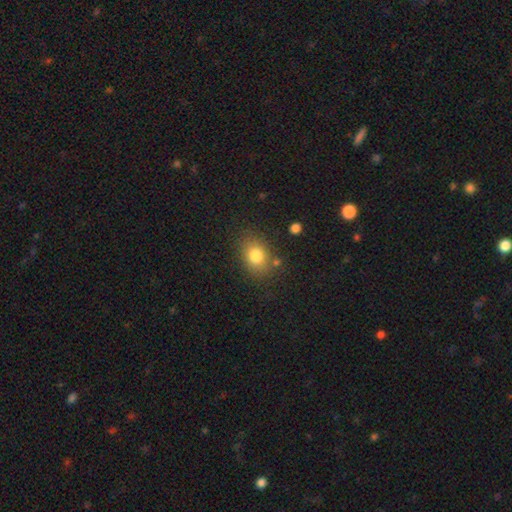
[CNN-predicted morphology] Smooth or featured? Predicted: smooth (p=0.80). How rounded? Predicted: in between (p=0.63). Merging? Predicted: none (p=0.78).